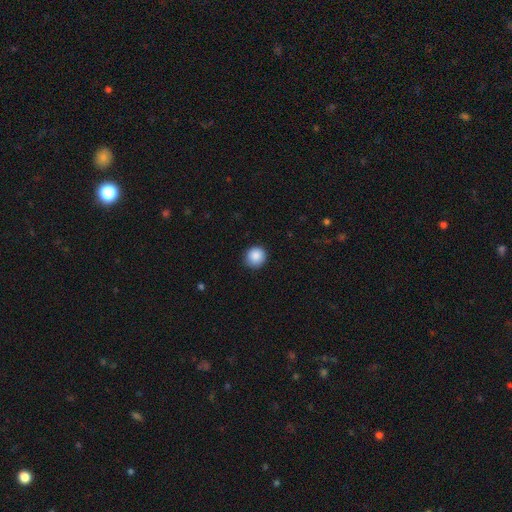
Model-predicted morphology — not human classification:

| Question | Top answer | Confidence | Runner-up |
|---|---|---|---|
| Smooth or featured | smooth | 88% | star or artifact (9%) |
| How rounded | round | 93% | in between (6%) |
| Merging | none | 89% | minor disturbance (8%) |